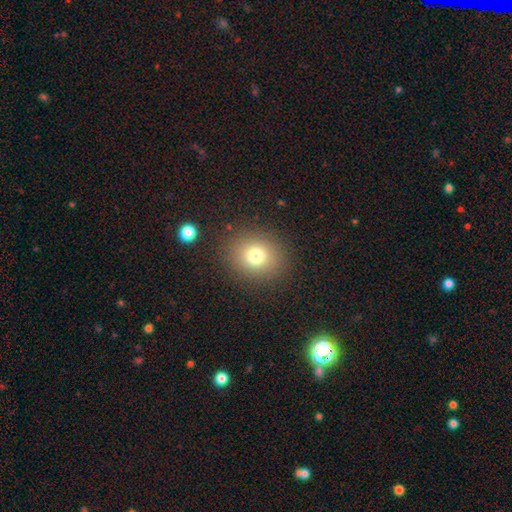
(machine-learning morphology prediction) A smooth galaxy with no disk features (76%) that is round (72%). Merging: none (87%).